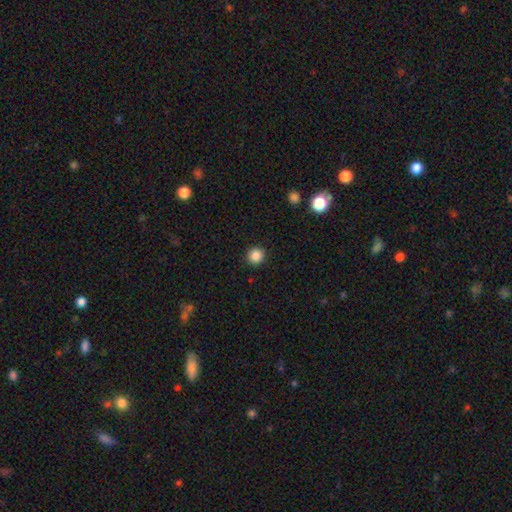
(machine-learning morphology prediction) smooth 86%, star or artifact 10%, featured or disk 3%. Down the decision tree: how rounded — round (95%); merging — none (93%).